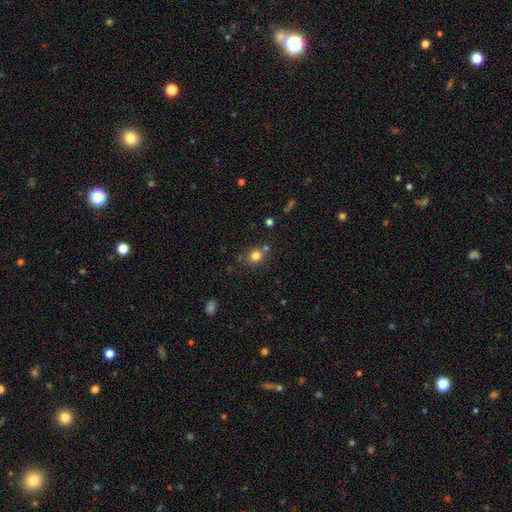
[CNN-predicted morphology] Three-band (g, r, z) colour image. It shows a smooth galaxy with no disk features (79%) that is round (78%). Merging: none (67%).